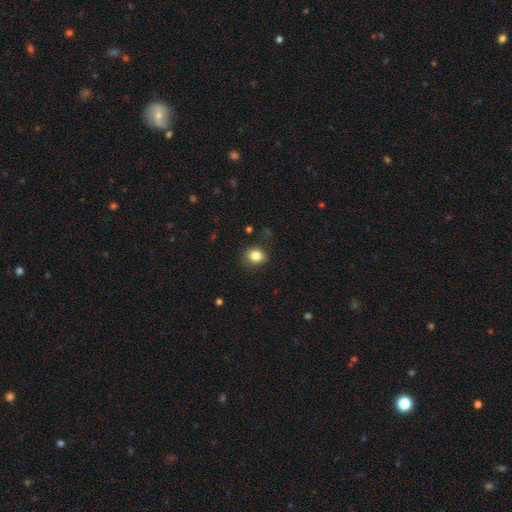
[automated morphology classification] smooth 84%, star or artifact 10%, featured or disk 6%. Down the decision tree: how rounded — round (59%); merging — none (82%).